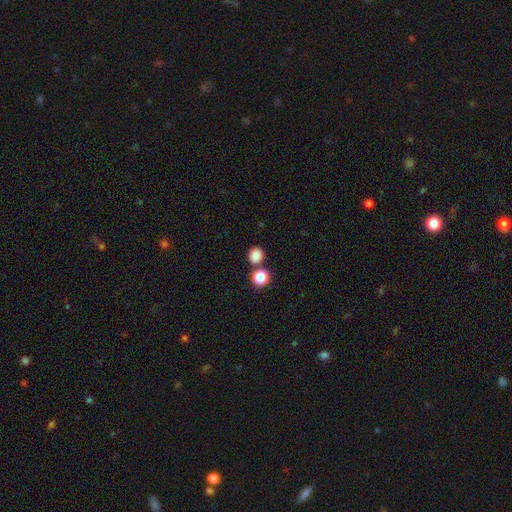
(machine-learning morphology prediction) Smooth or featured?
  - smooth: 83% *
  - star or artifact: 13%
  - featured or disk: 4%
How rounded?
  - round: 84% *
  - in between: 15%
  - cigar-shaped: 1%
Merging?
  - none: 73% *
  - merger: 16%
  - minor disturbance: 8%
  - major disturbance: 3%